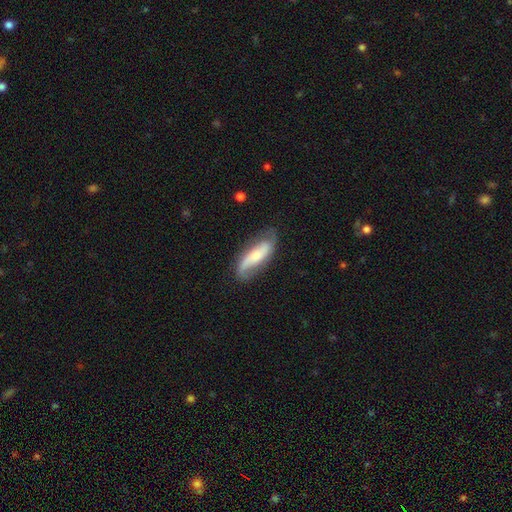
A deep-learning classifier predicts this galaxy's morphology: featured or disk 65%, smooth 29%, star or artifact 6%. Down the decision tree: edge-on disk — no (86%); bar — no (45%); spiral arms — yes (91%); spiral arm count — 2 (84%); spiral winding — loose (62%); bulge size — small (46%); merging — none (70%).